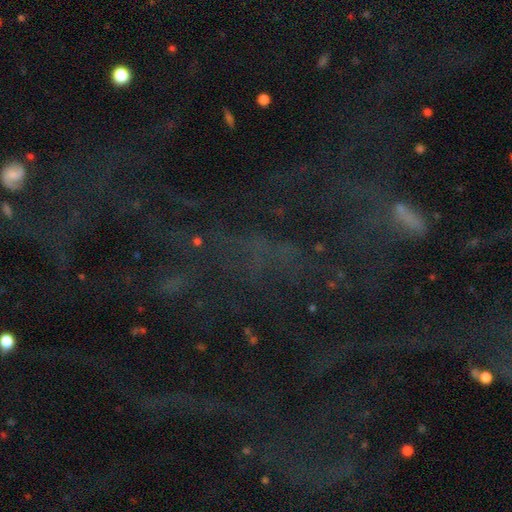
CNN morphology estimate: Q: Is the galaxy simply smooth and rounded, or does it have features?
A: star or artifact — 72%.